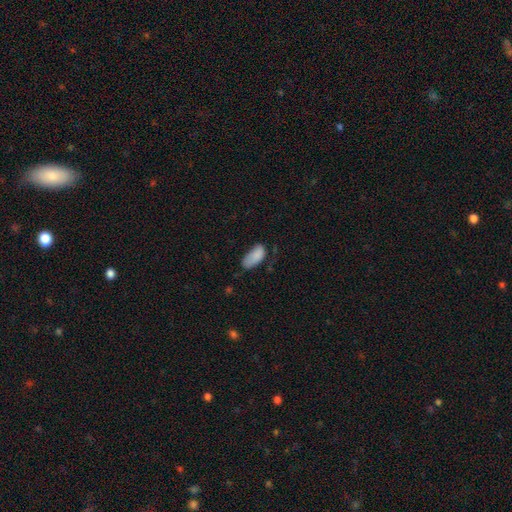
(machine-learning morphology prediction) Smooth or featured?
  - smooth: 85% *
  - star or artifact: 8%
  - featured or disk: 7%
How rounded?
  - in between: 92% *
  - cigar-shaped: 5%
  - round: 2%
Merging?
  - none: 45% *
  - minor disturbance: 37%
  - major disturbance: 15%
  - merger: 3%